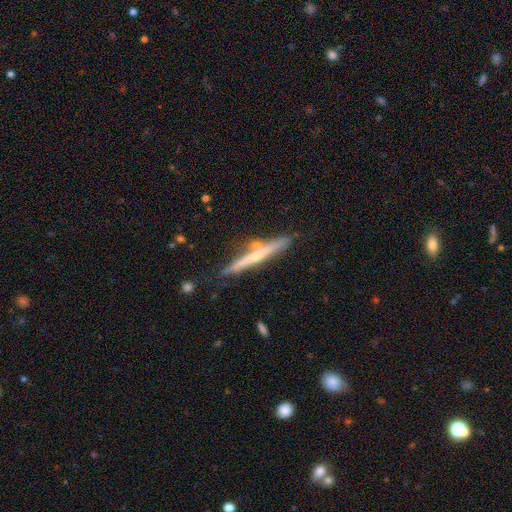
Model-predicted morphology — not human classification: Smooth or featured? Predicted: featured or disk (p=0.59). Edge-on disk? Predicted: yes (p=0.95). Edge-on bulge? Predicted: none (p=0.47). Merging? Predicted: none (p=0.73).